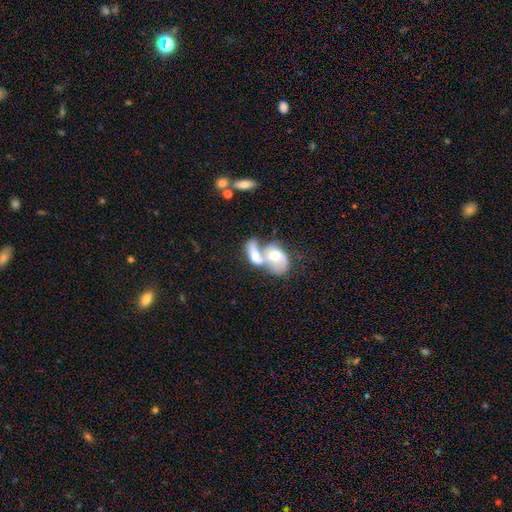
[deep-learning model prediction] Smooth or featured?
  - featured or disk: 48% *
  - smooth: 44%
  - star or artifact: 7%
Merging?
  - merger: 75% *
  - none: 12%
  - minor disturbance: 6%
  - major disturbance: 6%